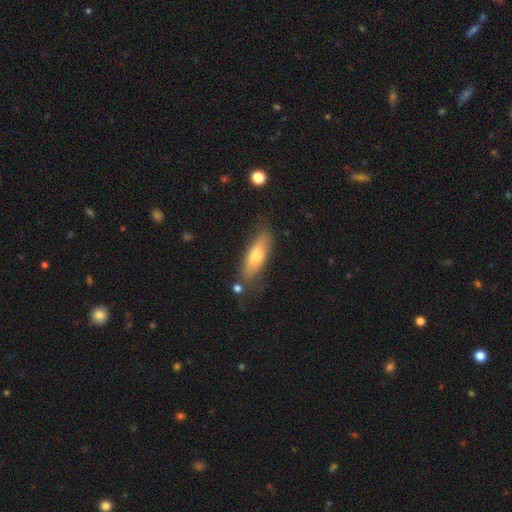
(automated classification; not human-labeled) Smooth or featured? smooth (64%)
How rounded? in between (49%, tied with cigar-shaped)
Merging? none (72%)